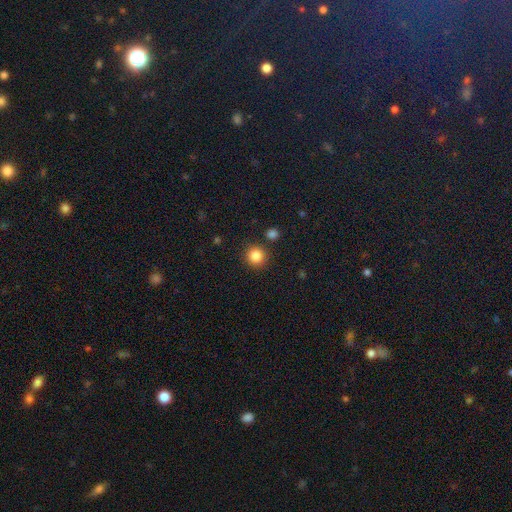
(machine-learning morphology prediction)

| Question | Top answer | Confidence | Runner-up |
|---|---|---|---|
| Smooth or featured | smooth | 86% | star or artifact (11%) |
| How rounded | round | 93% | in between (6%) |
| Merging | none | 87% | minor disturbance (6%) |